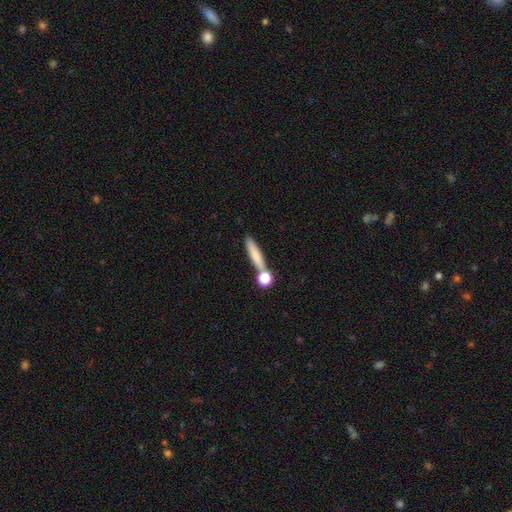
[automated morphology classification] A smooth galaxy with no disk features (75%) that is cigar-shaped (76%). Merging: none (69%).